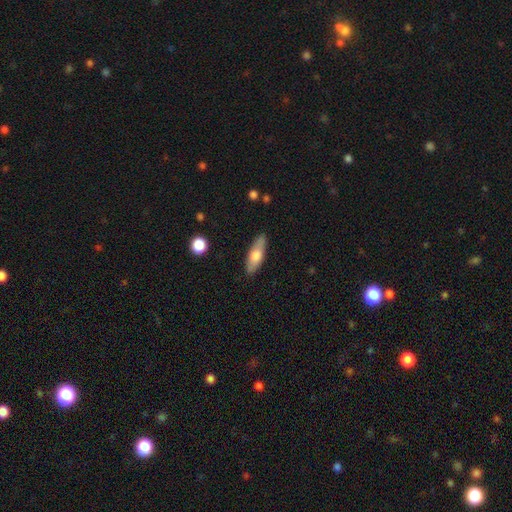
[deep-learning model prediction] smooth 62%, featured or disk 32%, star or artifact 6%. Down the decision tree: how rounded — in between (57%); merging — none (85%).